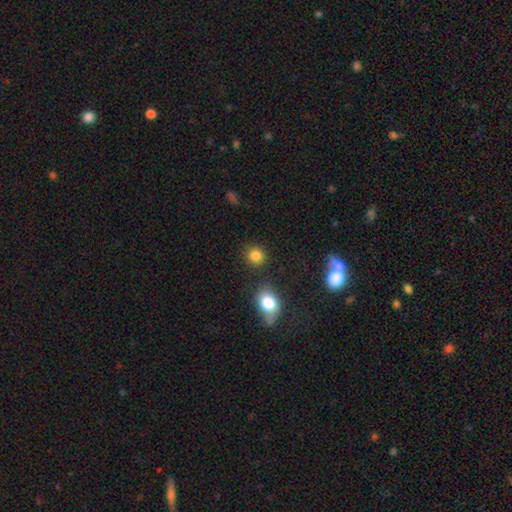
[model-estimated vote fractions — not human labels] A smooth galaxy with no disk features (82%) that is round (85%).

Vote fractions:
- Smooth or featured? smooth: 82% / star or artifact: 12% / featured or disk: 5%
- How rounded? round: 85% / in between: 13% / cigar-shaped: 1%
- Merging? none: 85% / minor disturbance: 8% / merger: 4% / major disturbance: 3%